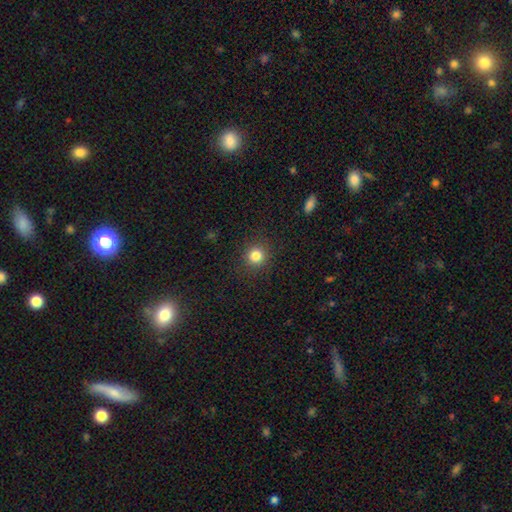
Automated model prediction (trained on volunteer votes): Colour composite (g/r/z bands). It shows a smooth galaxy with no disk features (83%) that is round (93%). Merging: none (91%).